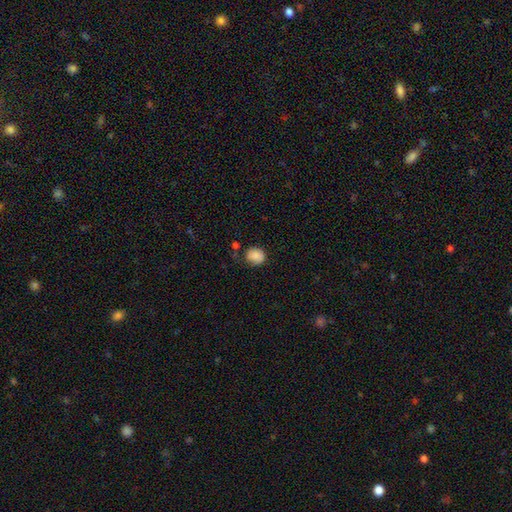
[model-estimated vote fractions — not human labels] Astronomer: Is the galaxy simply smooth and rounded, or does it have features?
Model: smooth — 86%.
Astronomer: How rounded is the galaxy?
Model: round — 66%.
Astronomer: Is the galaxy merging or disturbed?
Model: none — 66%.